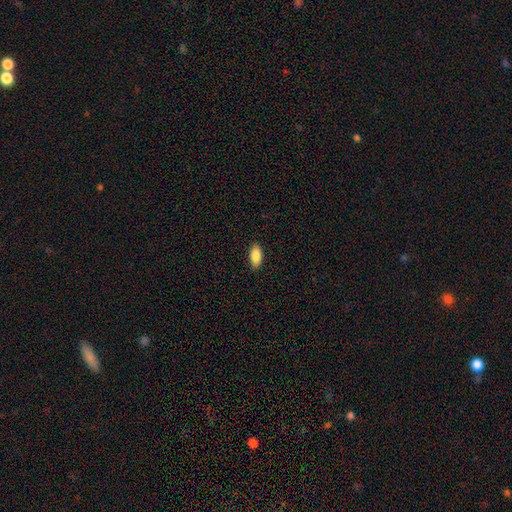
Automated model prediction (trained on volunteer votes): Morphology: type=smooth (88%); roundness=in between (89%); merging=none (86%).